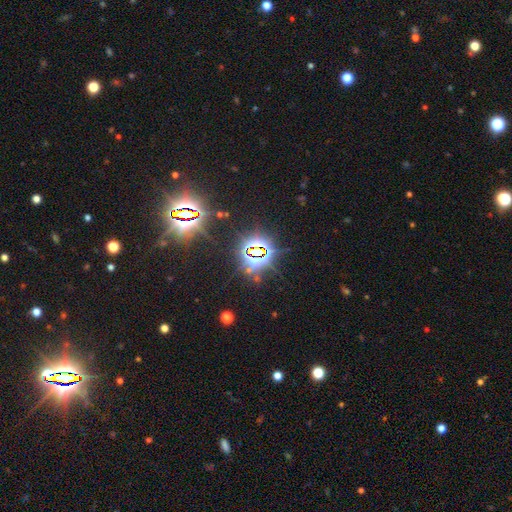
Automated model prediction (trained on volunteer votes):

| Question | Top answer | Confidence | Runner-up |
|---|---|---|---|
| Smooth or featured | star or artifact | 85% | smooth (8%) |